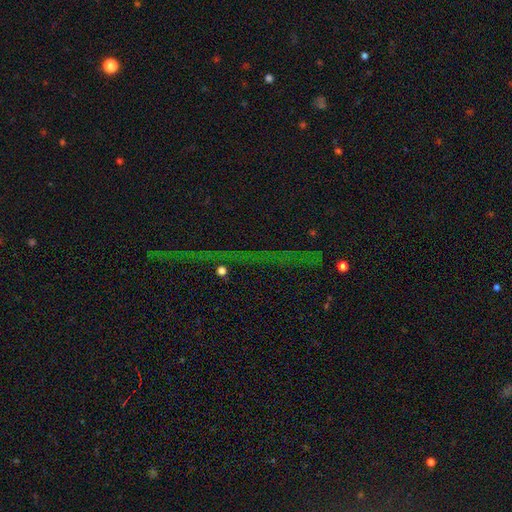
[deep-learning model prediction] This is likely a star or artifact rather than a galaxy (78%).